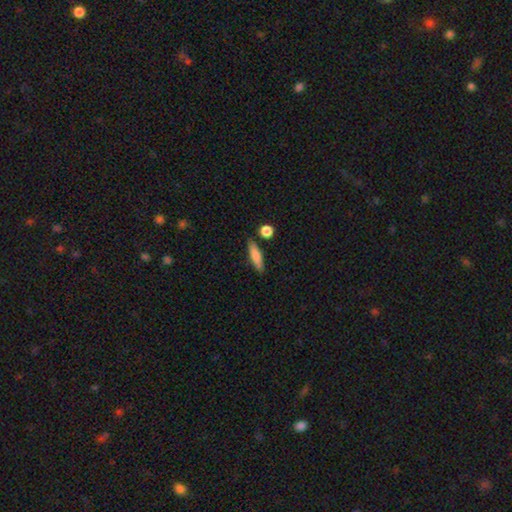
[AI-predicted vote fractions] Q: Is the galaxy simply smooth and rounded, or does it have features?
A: smooth — 77%.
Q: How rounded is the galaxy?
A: cigar-shaped — 68%.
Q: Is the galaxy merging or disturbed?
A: none — 82%.